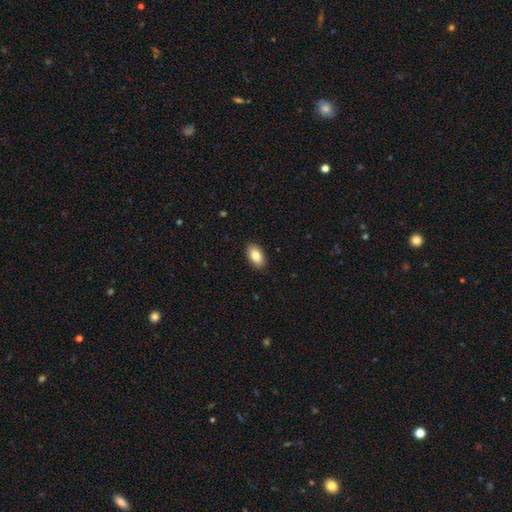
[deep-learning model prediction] Q: Smooth or featured?
A: smooth (82%); runner-up: featured or disk (11%)
Q: How rounded?
A: in between (92%); runner-up: round (6%)
Q: Merging?
A: none (90%); runner-up: minor disturbance (7%)